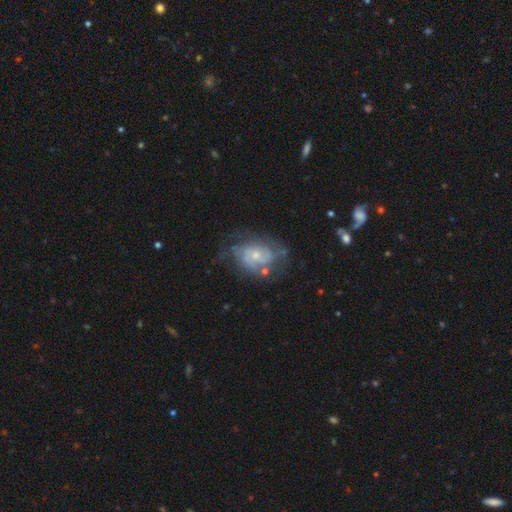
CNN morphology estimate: type=featured or disk (73%); edge-on=no (97%); bar=no (73%); spiral arms=yes (76%); winding=tight (47%); arm count=can't tell (48%); bulge=small (57%); merging=none (54%).